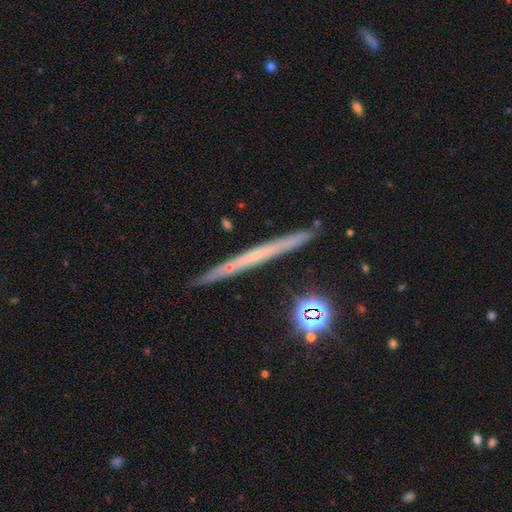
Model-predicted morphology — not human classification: Overall: featured or disk (54%; smooth 36%). Edge-on disk: yes (95%). Edge-on bulge: none (89%). Merging: none (88%).